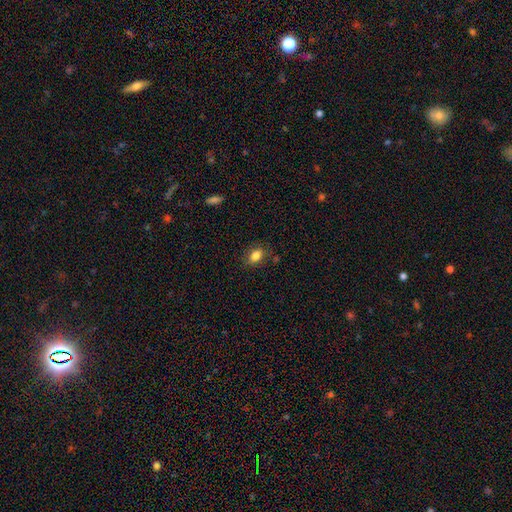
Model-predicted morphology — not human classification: smooth-or-featured: smooth: 82% | featured or disk: 9% | star or artifact: 9%
  how-rounded: in between: 81% | round: 17% | cigar-shaped: 2%
  merging: none: 79% | minor disturbance: 15% | major disturbance: 4% | merger: 2%